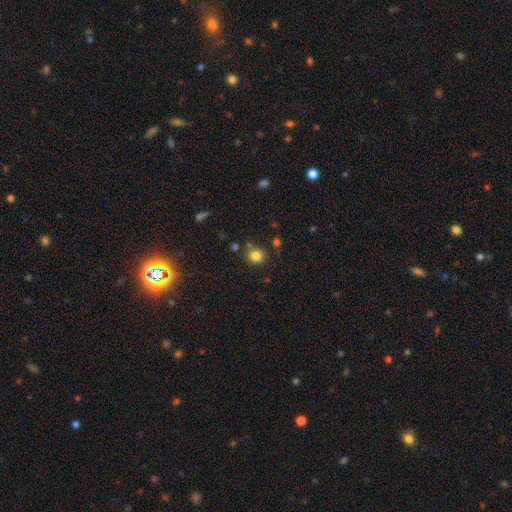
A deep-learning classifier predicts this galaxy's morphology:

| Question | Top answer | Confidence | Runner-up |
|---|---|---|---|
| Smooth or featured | smooth | 82% | star or artifact (12%) |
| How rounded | round | 88% | in between (11%) |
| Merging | none | 80% | minor disturbance (10%) |